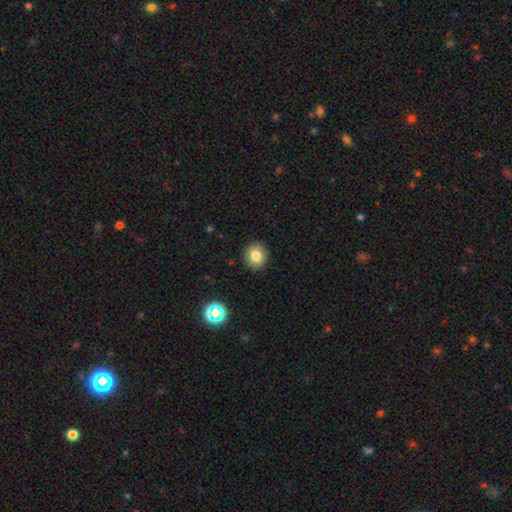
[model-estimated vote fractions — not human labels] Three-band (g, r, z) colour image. It shows a smooth galaxy with no disk features (81%) that is round (83%). Merging: none (91%).